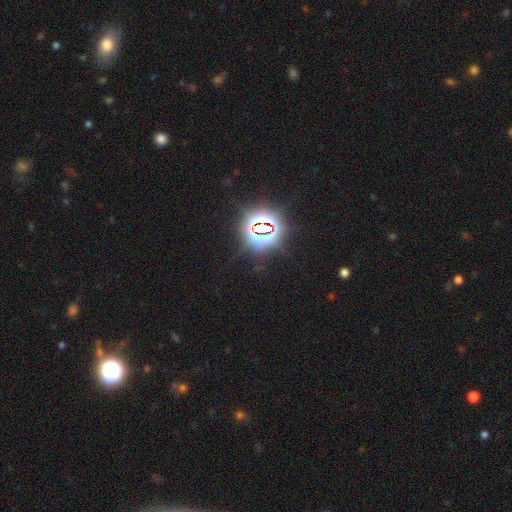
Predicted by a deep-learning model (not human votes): This appears to be a star or artifact, not a galaxy (81%).